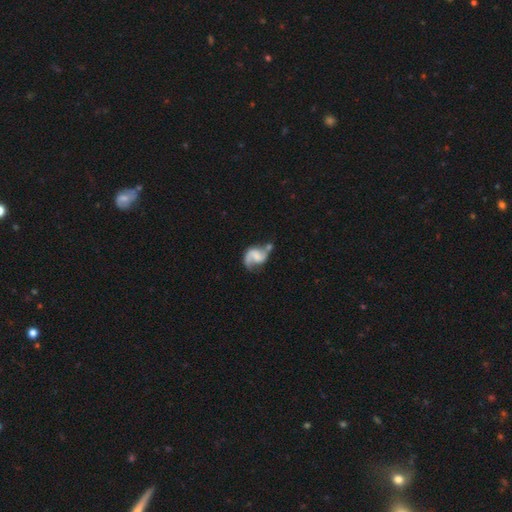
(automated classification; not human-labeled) A featured or disk galaxy (80%) with a weak bar (43%), 2 (80%) loose (49%) spiral arms (94%) and no central bulge (43%). Merging: none (42%).